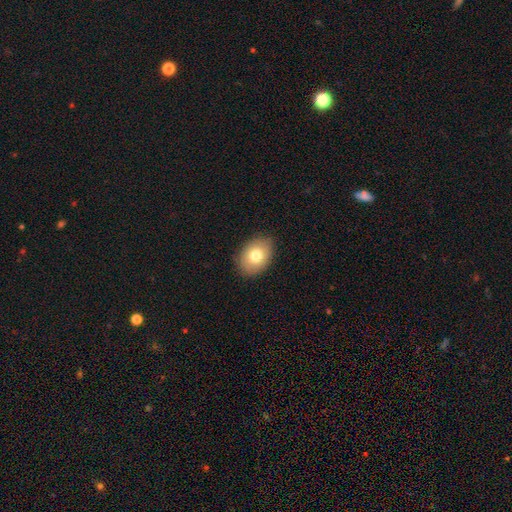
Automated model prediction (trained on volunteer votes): Smooth or featured: smooth — 77% (featured or disk — 14%)
How rounded: in between — 74% (round — 25%)
Merging: none — 87% (minor disturbance — 10%)